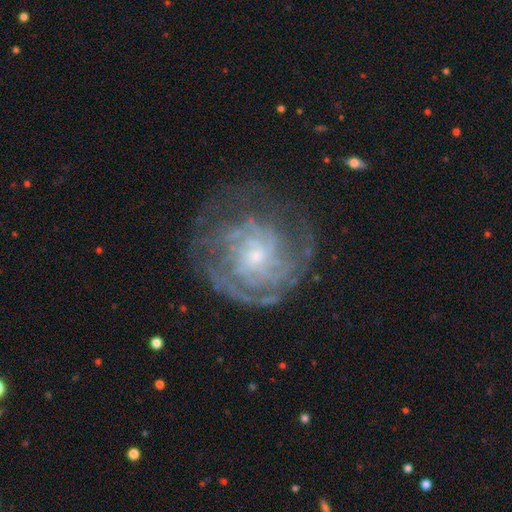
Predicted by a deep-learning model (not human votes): Overall: featured or disk (81%). Edge-on disk: no (97%). Bar: no (74%). Spiral arms: yes (89%). Spiral arm count: can't tell (44%; 4 17%). Spiral winding: tight (66%). Bulge size: small (65%; moderate 27%). Merging: none (66%).